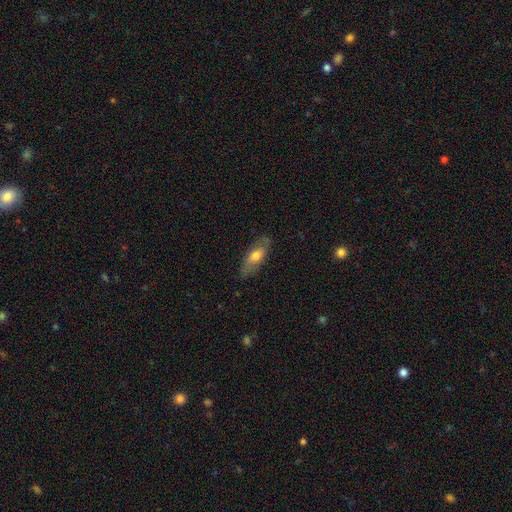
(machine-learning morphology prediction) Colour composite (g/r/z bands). It shows a smooth galaxy with no disk features (60%) that is in between round and cigar-shaped (67%). Merging: none (79%).